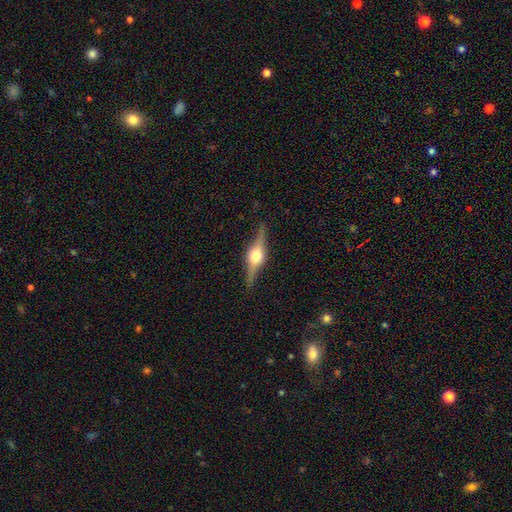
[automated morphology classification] A featured or disk galaxy (79%) viewed edge-on (97%) with a rounded central bulge (94%). Merging: none (88%).